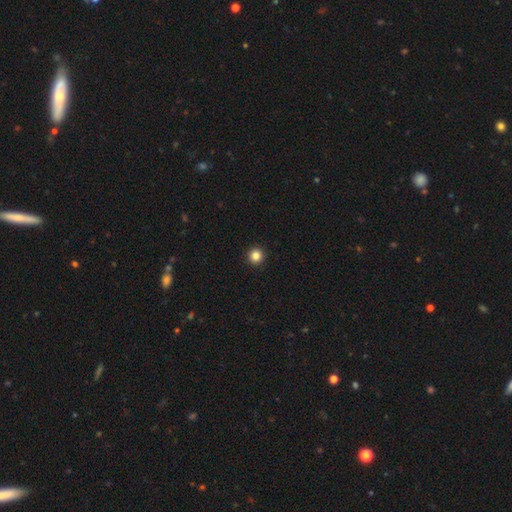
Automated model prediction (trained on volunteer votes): Q: Smooth or featured?
A: smooth (84%); runner-up: star or artifact (11%)
Q: How rounded?
A: round (96%); runner-up: in between (3%)
Q: Merging?
A: none (94%); runner-up: minor disturbance (4%)